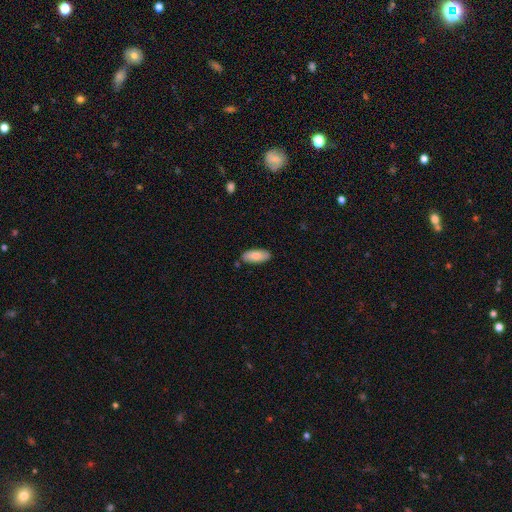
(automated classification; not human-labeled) A smooth galaxy with no disk features (79%) that is in between round and cigar-shaped (86%).

Vote fractions:
- Smooth or featured? smooth: 79% / featured or disk: 15% / star or artifact: 6%
- How rounded? in between: 86% / cigar-shaped: 12% / round: 2%
- Merging? none: 83% / minor disturbance: 12% / merger: 3% / major disturbance: 2%